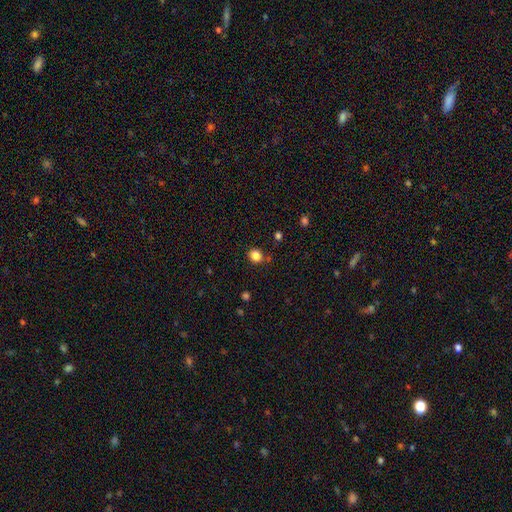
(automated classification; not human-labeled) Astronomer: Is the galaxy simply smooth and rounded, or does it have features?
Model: smooth — 84%.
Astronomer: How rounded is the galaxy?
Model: round — 76%.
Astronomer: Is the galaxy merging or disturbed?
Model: none — 84%.